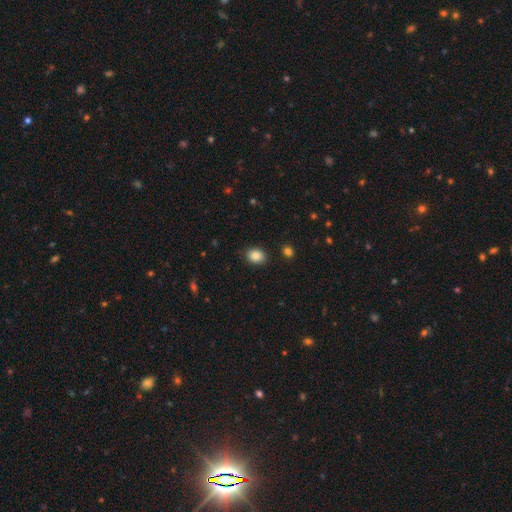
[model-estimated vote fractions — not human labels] This is clearly a smooth galaxy (87%). How rounded: possibly in between (57%). Merging: clearly none (88%).